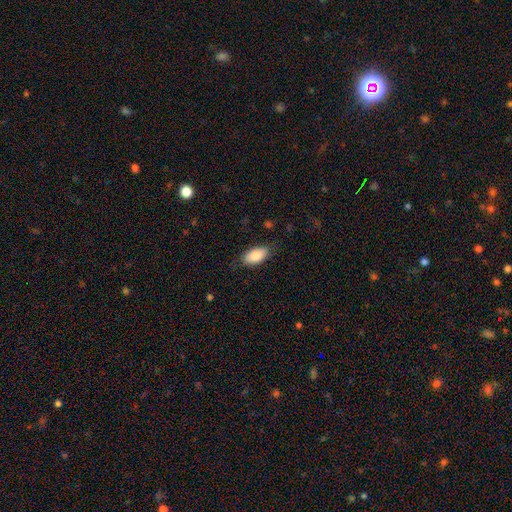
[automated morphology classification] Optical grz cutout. It shows a smooth galaxy with no disk features (86%) that is in between round and cigar-shaped (93%). Merging: none (80%).